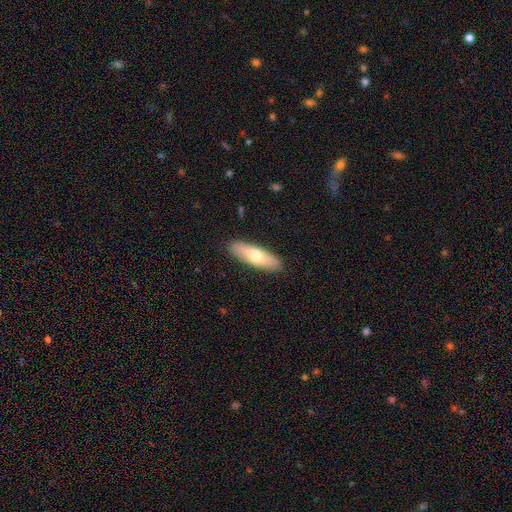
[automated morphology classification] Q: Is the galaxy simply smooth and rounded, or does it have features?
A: smooth — 66%.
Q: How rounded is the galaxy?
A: cigar-shaped — 50%.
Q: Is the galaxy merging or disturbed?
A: none — 89%.